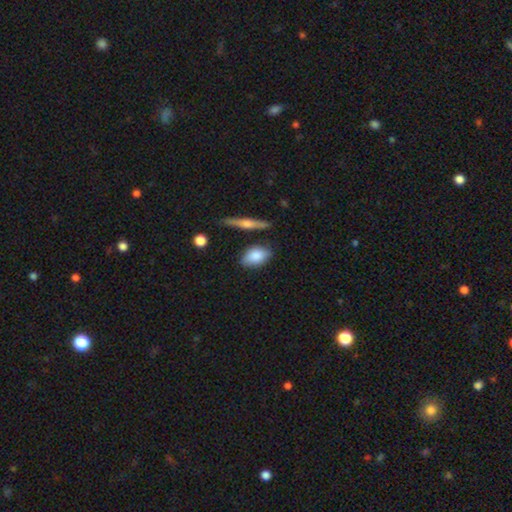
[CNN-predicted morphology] smooth 81%, featured or disk 13%, star or artifact 6%. Down the decision tree: how rounded — in between (83%); merging — none (76%).